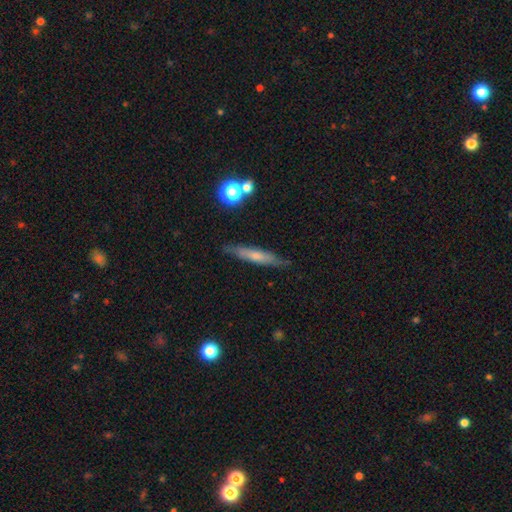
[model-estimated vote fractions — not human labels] Smooth or featured? Predicted: smooth (p=0.54). How rounded? Predicted: cigar-shaped (p=0.90). Merging? Predicted: none (p=0.83).